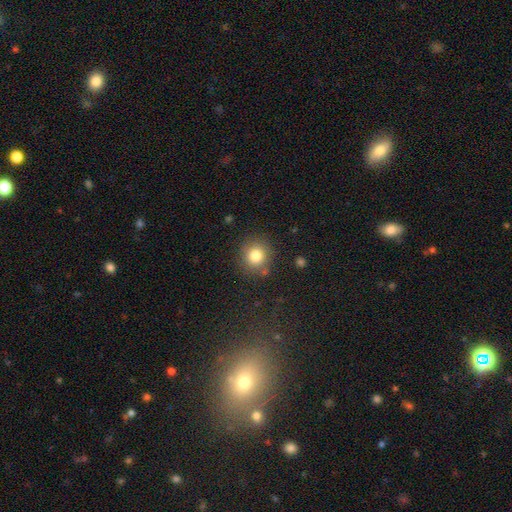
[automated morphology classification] Q: Smooth or featured?
A: smooth (81%); runner-up: star or artifact (12%)
Q: How rounded?
A: round (89%); runner-up: in between (10%)
Q: Merging?
A: none (83%); runner-up: minor disturbance (10%)